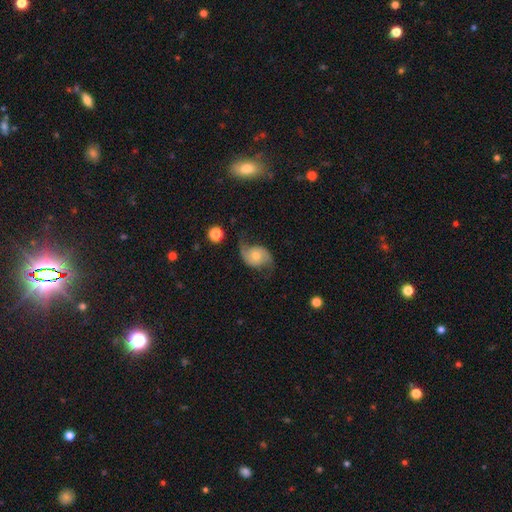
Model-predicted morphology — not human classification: smooth_or_featured: featured or disk (p=0.76) [alt: smooth p=0.16]
disk_edge_on: no (p=0.97) [alt: yes p=0.03]
bar: no (p=0.72) [alt: weak p=0.24]
has_spiral_arms: yes (p=0.94) [alt: no p=0.06]
spiral_winding: loose (p=0.66) [alt: medium p=0.27]
spiral_arm_count: 2 (p=0.91) [alt: 1 p=0.03]
bulge_size: moderate (p=0.55) [alt: small p=0.34]
merging: none (p=0.65) [alt: minor disturbance p=0.21]